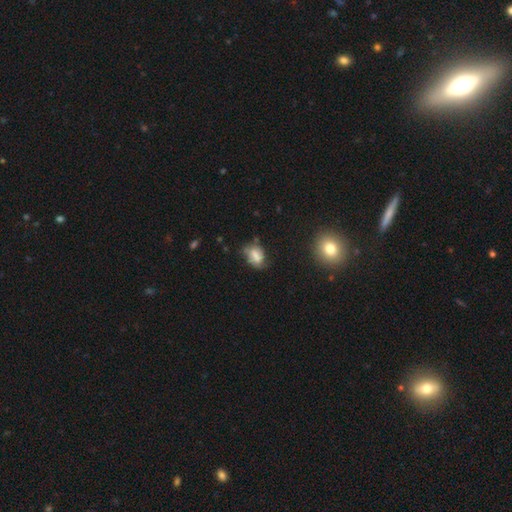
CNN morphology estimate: A smooth galaxy with no disk features (62%) that is in between round and cigar-shaped (77%).

Vote fractions:
- Smooth or featured? smooth: 62% / featured or disk: 28% / star or artifact: 10%
- How rounded? in between: 77% / round: 21% / cigar-shaped: 2%
- Merging? none: 55% / minor disturbance: 31% / major disturbance: 10% / merger: 4%